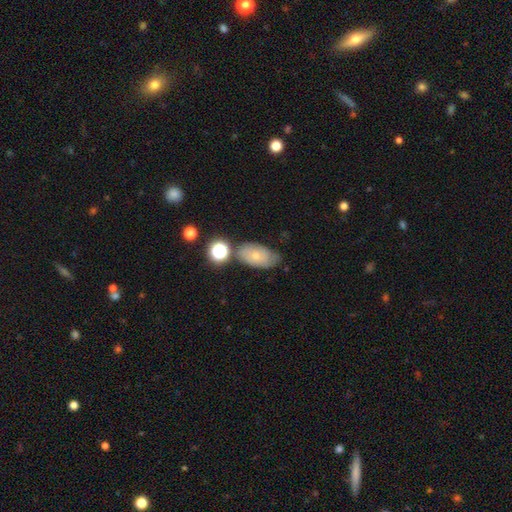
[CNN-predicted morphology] smooth-or-featured: smooth: 60% | featured or disk: 29% | star or artifact: 11%
  how-rounded: in between: 89% | round: 9% | cigar-shaped: 3%
  merging: none: 58% | minor disturbance: 26% | merger: 9% | major disturbance: 7%